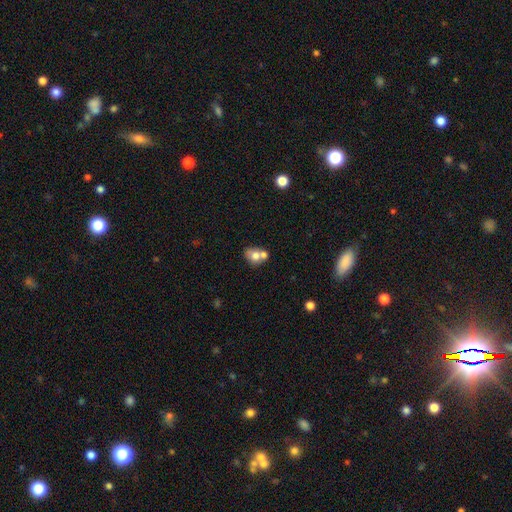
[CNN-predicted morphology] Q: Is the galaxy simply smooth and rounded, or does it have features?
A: smooth — 70%.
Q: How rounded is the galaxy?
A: round — 52%.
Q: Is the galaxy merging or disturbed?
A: merger — 51%.